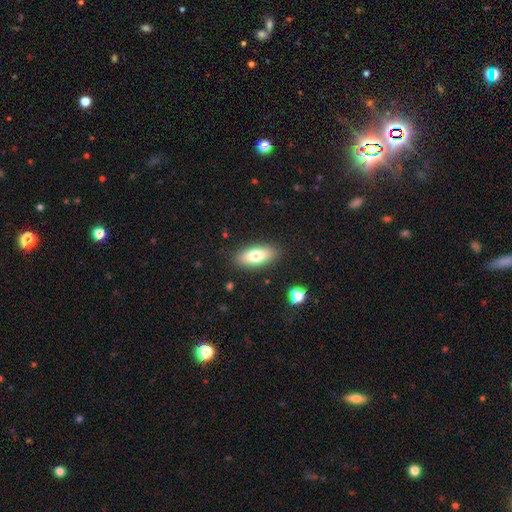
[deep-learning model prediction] Smooth or featured: smooth — 73% (featured or disk — 19%)
How rounded: in between — 80% (cigar-shaped — 17%)
Merging: none — 87% (minor disturbance — 9%)